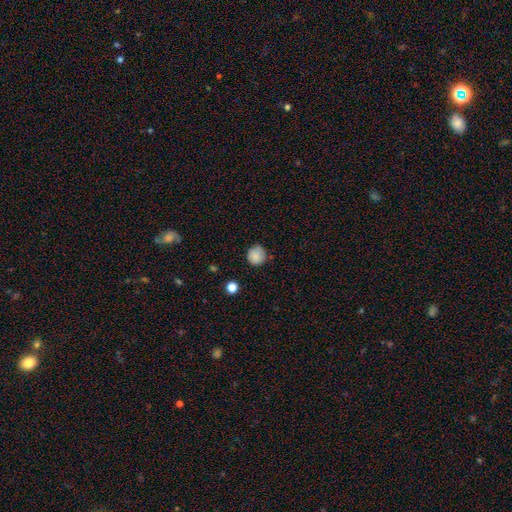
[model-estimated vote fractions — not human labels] Smooth or featured: smooth — 83% (star or artifact — 9%)
How rounded: round — 91% (in between — 8%)
Merging: none — 75% (minor disturbance — 19%)